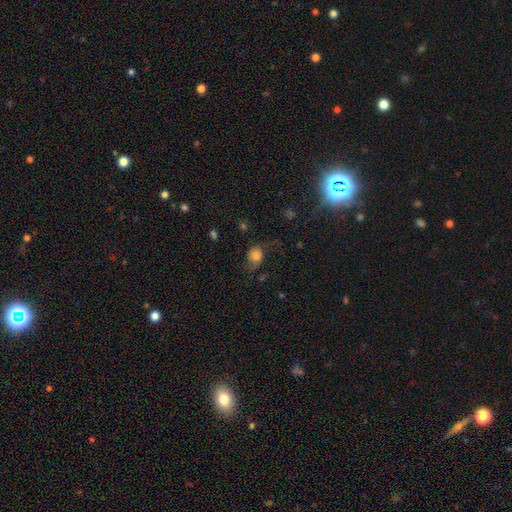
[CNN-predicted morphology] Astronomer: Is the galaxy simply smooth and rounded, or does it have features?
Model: smooth — 65%.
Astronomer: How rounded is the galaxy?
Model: round — 52% (runner-up: in between, 47%).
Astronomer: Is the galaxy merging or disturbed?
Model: none — 50% (runner-up: minor disturbance, 26%).